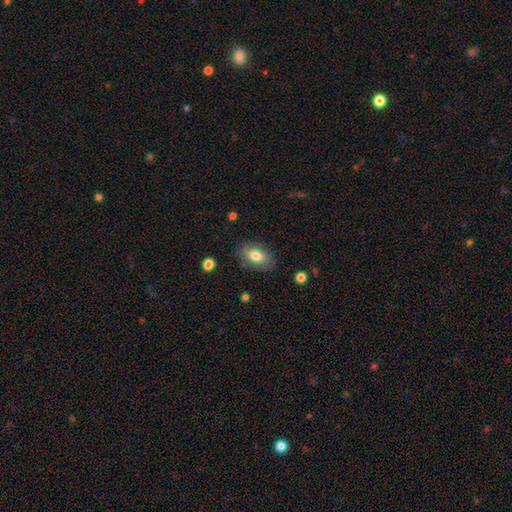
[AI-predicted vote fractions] Smooth or featured?
  - smooth: 76% *
  - featured or disk: 17%
  - star or artifact: 7%
How rounded?
  - in between: 88% *
  - round: 10%
  - cigar-shaped: 2%
Merging?
  - none: 82% *
  - minor disturbance: 13%
  - major disturbance: 4%
  - merger: 1%